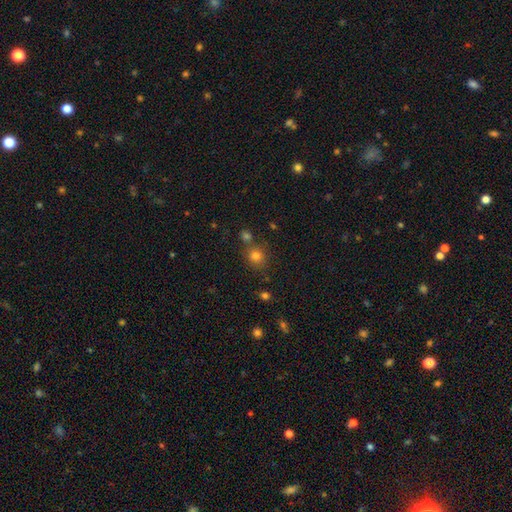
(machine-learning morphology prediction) smooth_or_featured: smooth (p=0.77) [alt: star or artifact p=0.16]
how_rounded: round (p=0.83) [alt: in between p=0.16]
merging: none (p=0.70) [alt: merger p=0.16]